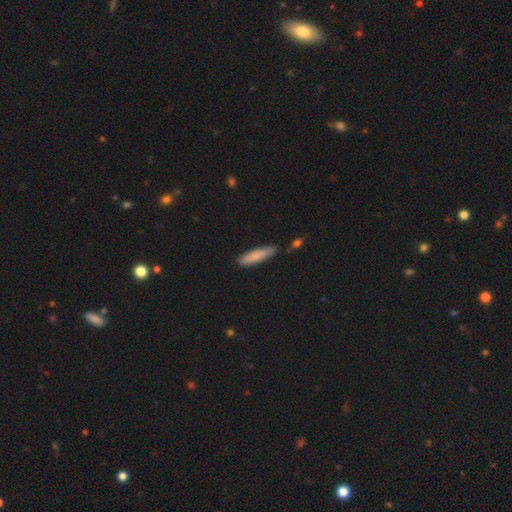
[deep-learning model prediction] The model was most divided on "merging": none: 80%, minor disturbance: 14%, merger: 3%, major disturbance: 2%. More confident: how rounded — cigar-shaped (83%); smooth or featured — smooth (83%).